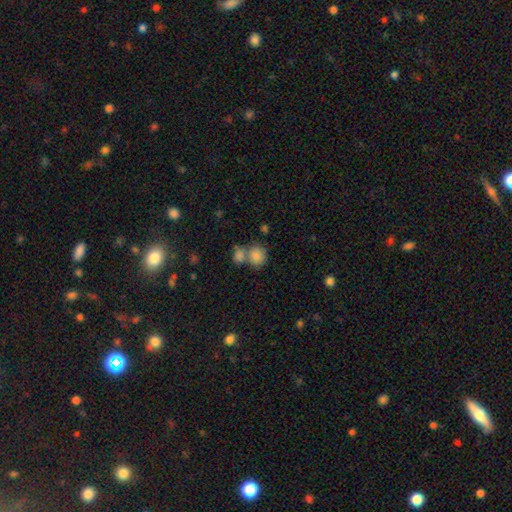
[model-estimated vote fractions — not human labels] The model was most divided on "merging": merger: 45%, none: 41%, minor disturbance: 10%, major disturbance: 4%. More confident: smooth or featured — smooth (84%); how rounded — round (72%).